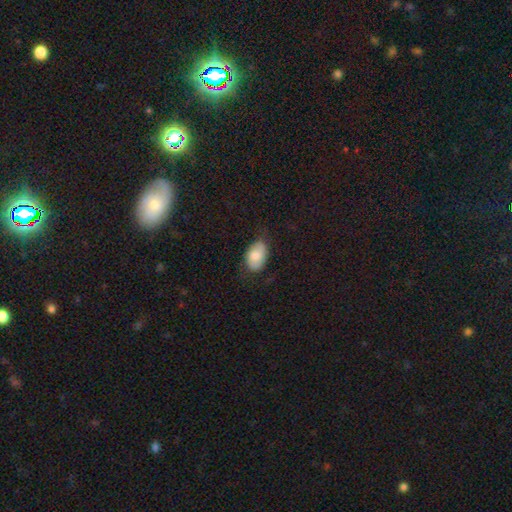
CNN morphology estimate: The model was most divided on "merging": none: 66%, minor disturbance: 26%, major disturbance: 7%, merger: 1%. More confident: how rounded — in between (91%); smooth or featured — smooth (77%).